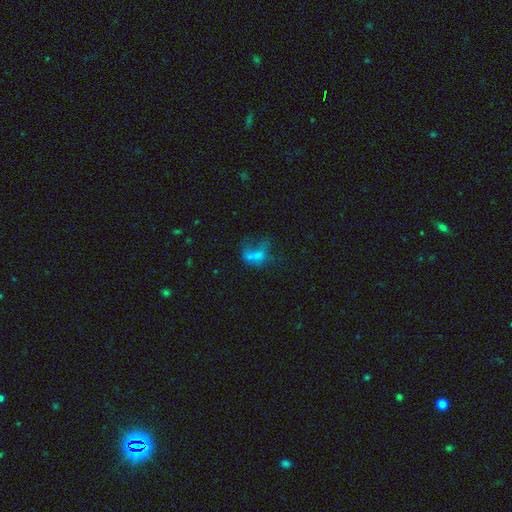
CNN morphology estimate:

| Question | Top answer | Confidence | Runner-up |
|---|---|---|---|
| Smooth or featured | smooth | 54% | featured or disk (27%) |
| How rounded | in between | 75% | round (20%) |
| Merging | major disturbance | 43% | none (24%) |